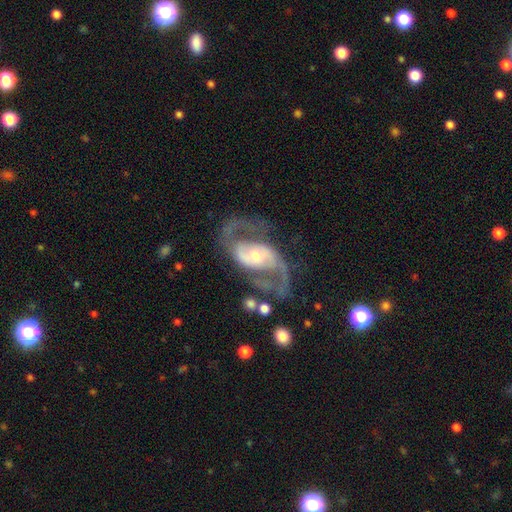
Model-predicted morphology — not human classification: Smooth or featured?
  - featured or disk: 90% *
  - smooth: 5%
  - star or artifact: 5%
Edge-on disk?
  - no: 97% *
  - yes: 3%
Bar?
  - weak: 37% *
  - no: 36%
  - strong: 26%
Spiral arms?
  - yes: 95% *
  - no: 5%
Spiral winding?
  - medium: 51% *
  - loose: 38%
  - tight: 11%
Spiral arm count?
  - 2: 93% *
  - can't tell: 2%
  - 1: 2%
  - 3: 1%
  - 4: 1%
  - more than 4: 1%
Bulge size?
  - moderate: 58% *
  - small: 33%
  - large: 7%
  - dominant: 1%
  - none: 1%
Merging?
  - none: 69% *
  - major disturbance: 14%
  - minor disturbance: 14%
  - merger: 3%